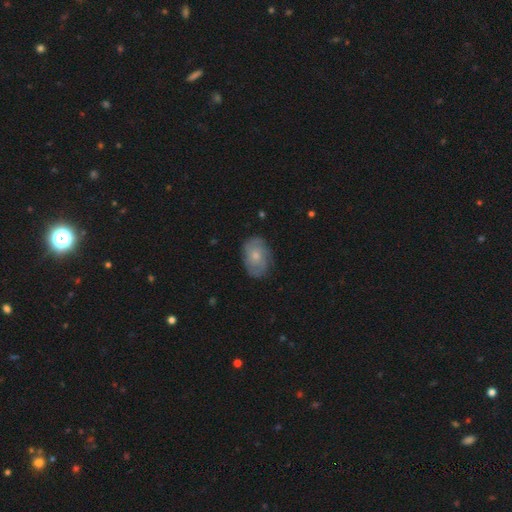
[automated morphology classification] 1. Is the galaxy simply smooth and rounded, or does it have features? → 49% smooth, 44% featured or disk, 7% star or artifact.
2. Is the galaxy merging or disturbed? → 75% none, 19% minor disturbance, 5% major disturbance, 1% merger.